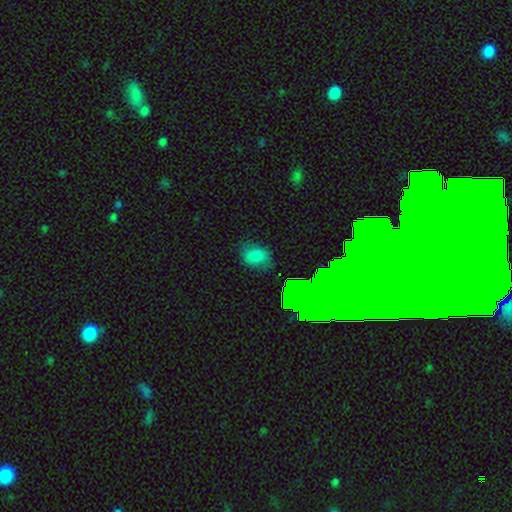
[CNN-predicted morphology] smooth_or_featured: smooth (p=0.71) [alt: star or artifact p=0.18]
how_rounded: in between (p=0.58) [alt: round p=0.40]
merging: none (p=0.73) [alt: minor disturbance p=0.18]